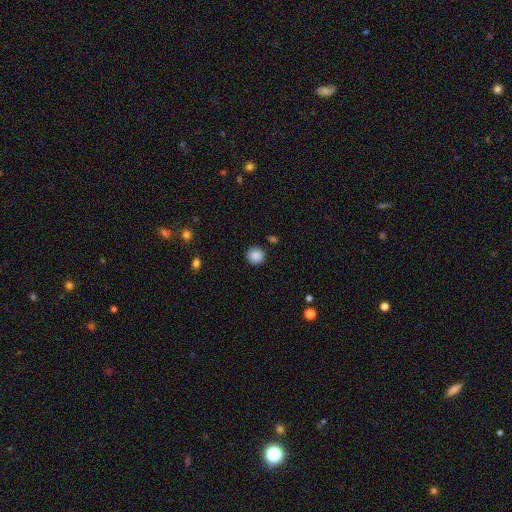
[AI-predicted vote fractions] This is clearly a smooth galaxy (88%). How rounded: clearly round (93%). Merging: clearly none (89%).